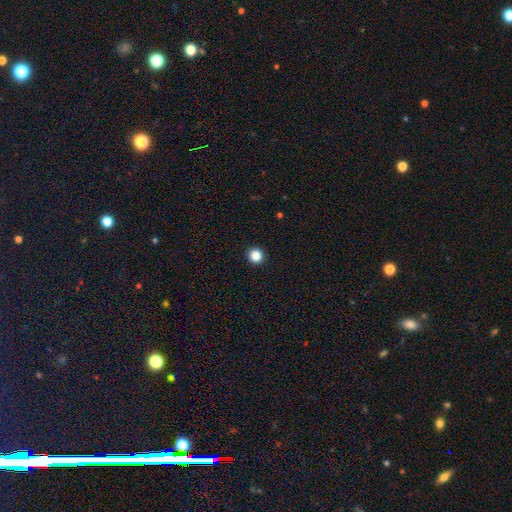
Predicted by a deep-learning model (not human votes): Q: Smooth or featured?
A: smooth (86%); runner-up: star or artifact (12%)
Q: How rounded?
A: round (96%); runner-up: in between (3%)
Q: Merging?
A: none (94%); runner-up: minor disturbance (4%)